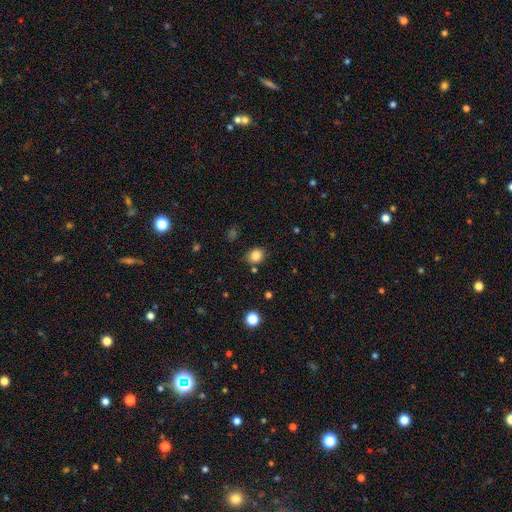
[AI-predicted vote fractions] smooth-or-featured: smooth: 84% | star or artifact: 12% | featured or disk: 4%
  how-rounded: round: 76% | in between: 23% | cigar-shaped: 1%
  merging: none: 81% | minor disturbance: 11% | merger: 4% | major disturbance: 3%